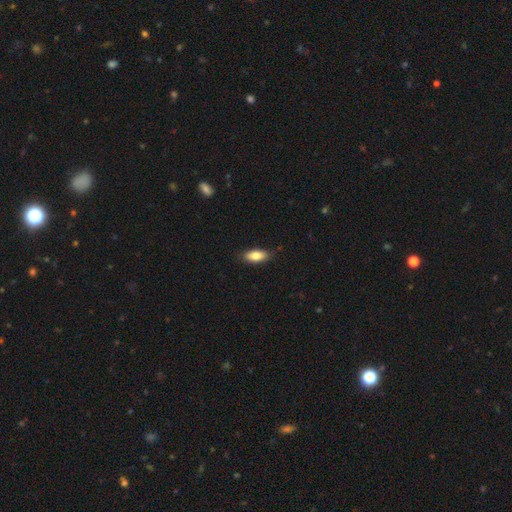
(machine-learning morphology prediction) smooth 82%, featured or disk 11%, star or artifact 7%. Down the decision tree: how rounded — in between (84%); merging — none (85%).